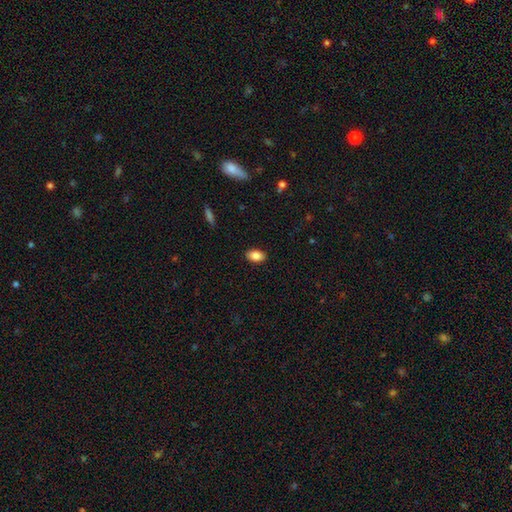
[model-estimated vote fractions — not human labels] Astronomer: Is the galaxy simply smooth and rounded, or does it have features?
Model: smooth — 87%.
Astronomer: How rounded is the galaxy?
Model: in between — 90%.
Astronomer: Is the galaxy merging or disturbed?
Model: none — 89%.